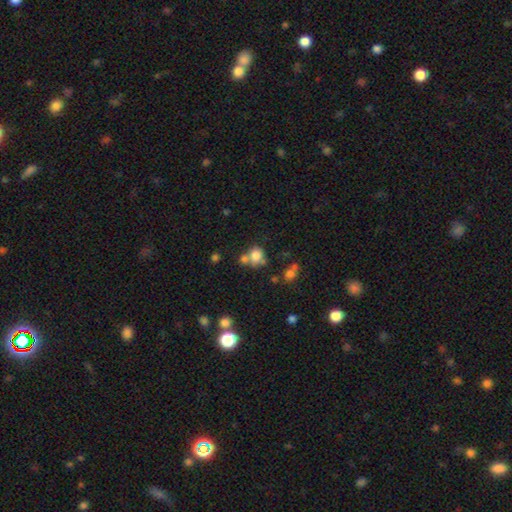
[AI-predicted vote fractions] smooth-or-featured: smooth: 76% | star or artifact: 12% | featured or disk: 12%
  how-rounded: round: 69% | in between: 30% | cigar-shaped: 1%
  merging: none: 42% | merger: 38% | minor disturbance: 13% | major disturbance: 6%